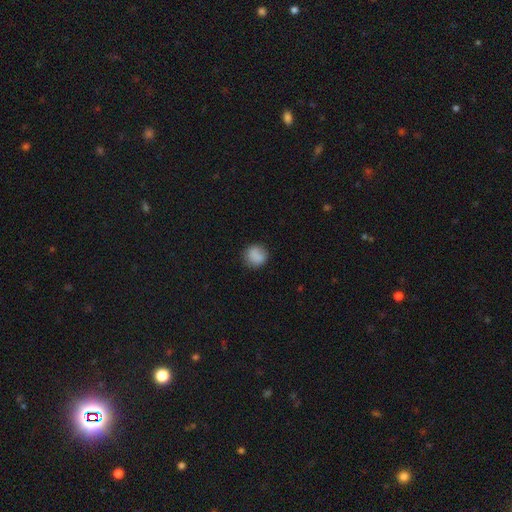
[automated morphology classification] Overall: smooth (85%). How rounded: round (84%). Merging: none (83%).